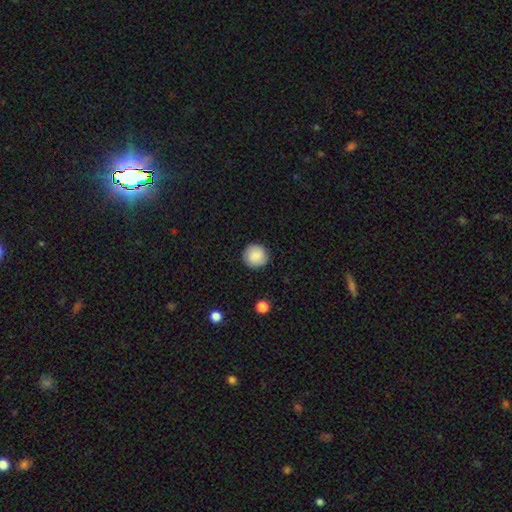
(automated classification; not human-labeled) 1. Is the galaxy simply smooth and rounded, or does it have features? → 85% smooth, 8% featured or disk, 7% star or artifact.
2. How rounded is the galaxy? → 94% round, 5% in between, 1% cigar-shaped.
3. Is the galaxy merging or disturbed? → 89% none, 7% minor disturbance, 2% major disturbance, 1% merger.